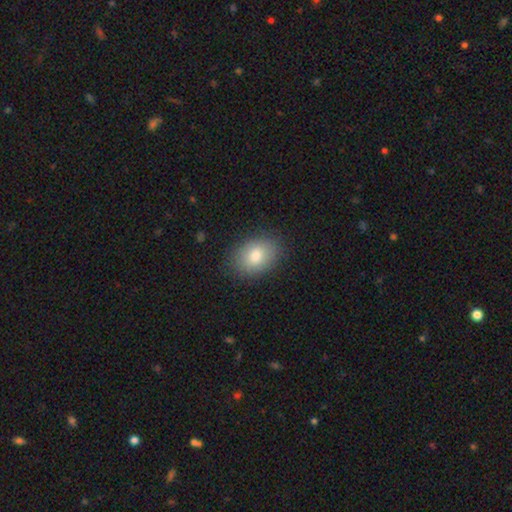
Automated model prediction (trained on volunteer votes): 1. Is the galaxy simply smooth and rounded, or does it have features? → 81% smooth, 11% featured or disk, 8% star or artifact.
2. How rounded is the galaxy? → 76% in between, 23% round, 1% cigar-shaped.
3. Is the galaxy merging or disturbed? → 86% none, 10% minor disturbance, 3% major disturbance, 1% merger.